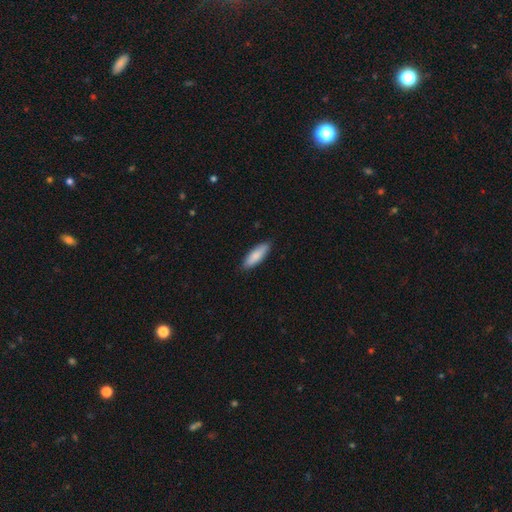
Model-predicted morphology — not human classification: A smooth galaxy with no disk features (84%) that is in between round and cigar-shaped (55%).

Vote fractions:
- Smooth or featured? smooth: 84% / featured or disk: 10% / star or artifact: 5%
- How rounded? in between: 55% / cigar-shaped: 44% / round: 2%
- Merging? none: 88% / minor disturbance: 10% / major disturbance: 2% / merger: 1%